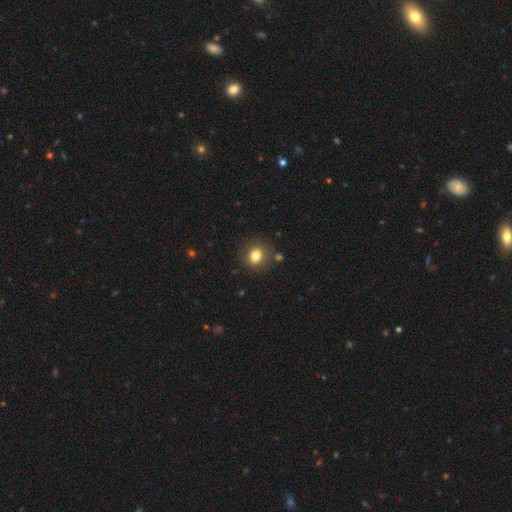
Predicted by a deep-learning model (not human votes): This appears to be a smooth galaxy with no disk features (81%) that is round (60%). Merging: none (84%).